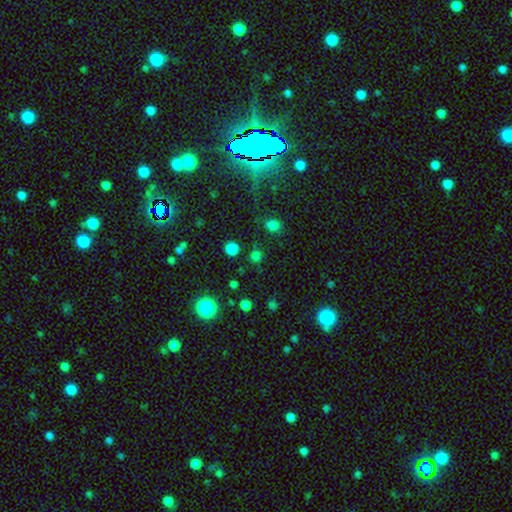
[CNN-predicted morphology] This appears to be a smooth galaxy with no disk features (69%) that is round (88%). Merging: none (82%).